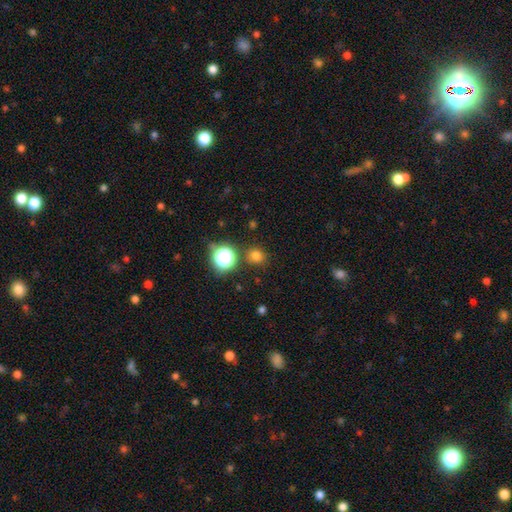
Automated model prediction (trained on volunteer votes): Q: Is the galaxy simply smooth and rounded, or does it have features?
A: smooth — 74%.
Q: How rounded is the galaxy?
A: round — 85%.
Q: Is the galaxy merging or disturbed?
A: none — 84%.